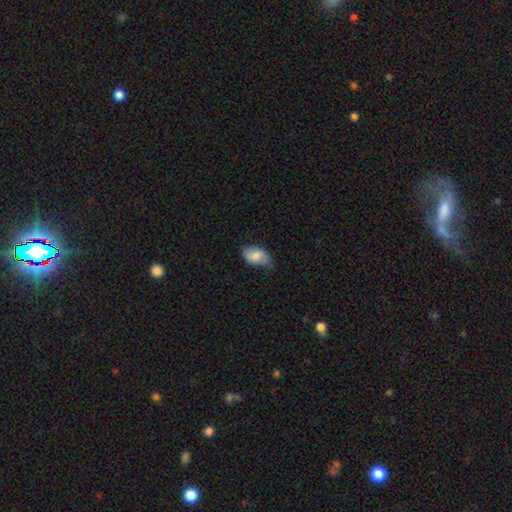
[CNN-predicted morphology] Smooth or featured? smooth (71%)
How rounded? in between (92%)
Merging? none (65%)